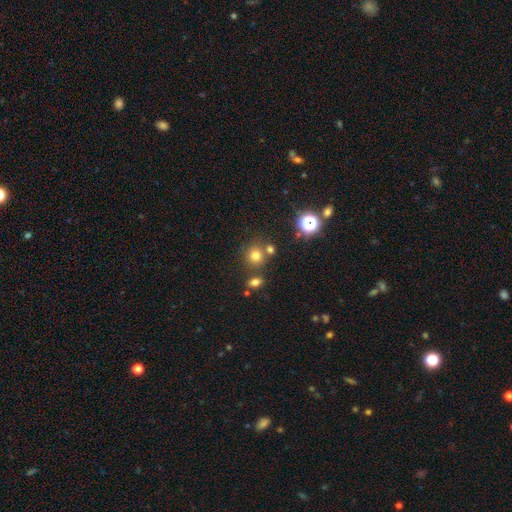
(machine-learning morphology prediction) smooth 73%, star or artifact 19%, featured or disk 8%. Down the decision tree: how rounded — round (86%); merging — none (70%).